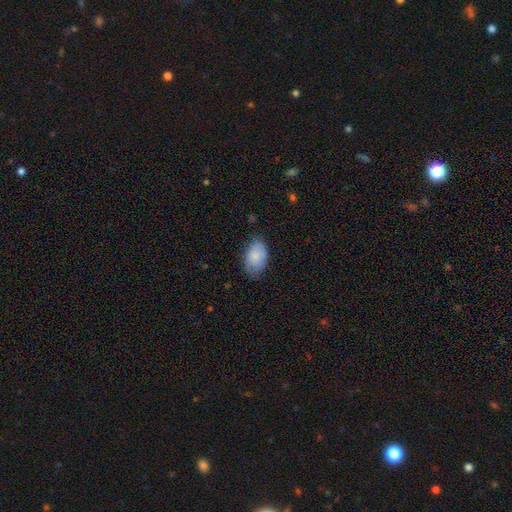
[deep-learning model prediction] Smooth or featured? Predicted: smooth (p=0.82). How rounded? Predicted: in between (p=0.90). Merging? Predicted: none (p=0.67).